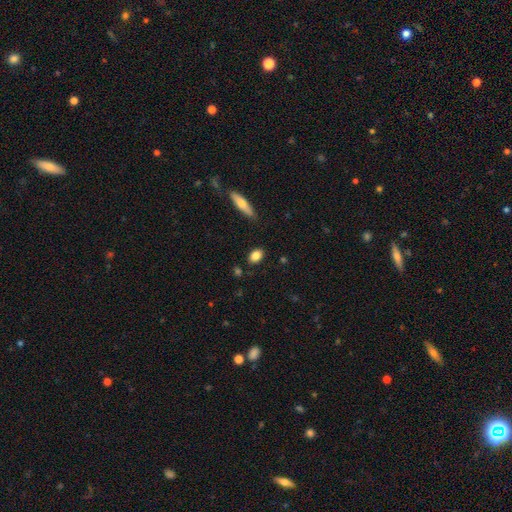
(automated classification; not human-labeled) smooth-or-featured: smooth: 83% | featured or disk: 9% | star or artifact: 8%
  how-rounded: in between: 80% | round: 17% | cigar-shaped: 3%
  merging: none: 85% | minor disturbance: 10% | major disturbance: 2% | merger: 2%